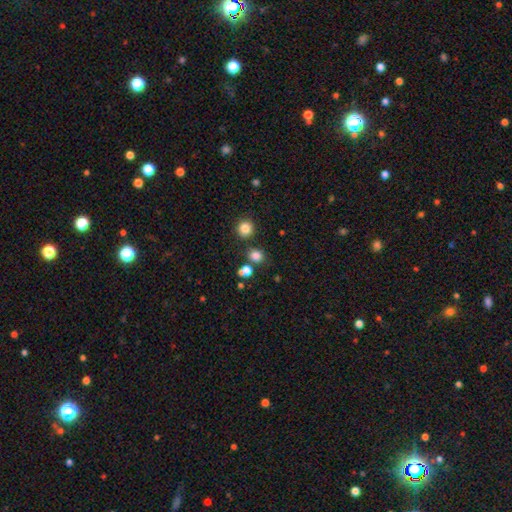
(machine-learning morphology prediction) type=smooth (80%); roundness=round (75%); merging=none (76%).